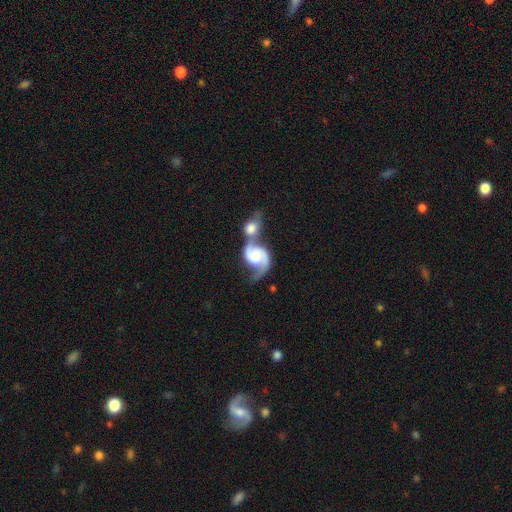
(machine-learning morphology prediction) Smooth or featured? featured or disk (86%)
Edge-on disk? no (98%)
Bar? no (60%)
Spiral arms? yes (97%)
Spiral winding? medium (46%)
Spiral arm count? 2 (87%)
Bulge size? moderate (33%)
Merging? merger (72%)